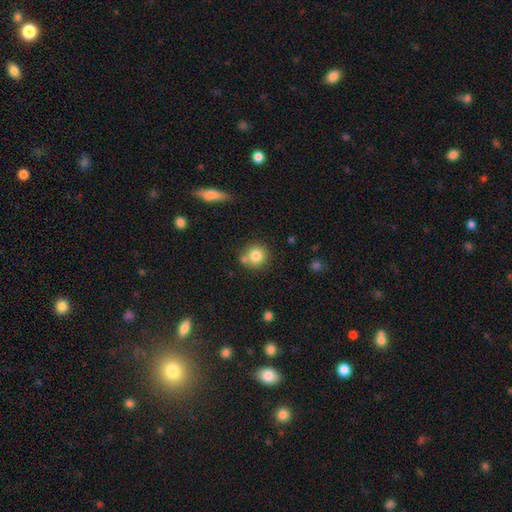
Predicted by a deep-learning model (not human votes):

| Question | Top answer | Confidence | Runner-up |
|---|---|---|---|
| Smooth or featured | smooth | 80% | star or artifact (10%) |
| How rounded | round | 89% | in between (10%) |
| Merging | none | 65% | merger (19%) |